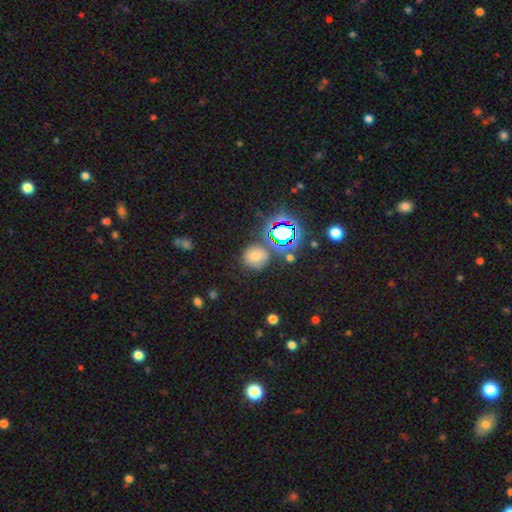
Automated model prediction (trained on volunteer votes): The model was most divided on "smooth or featured": smooth: 64%, star or artifact: 26%, featured or disk: 10%. More confident: how rounded — round (84%); merging — none (75%).